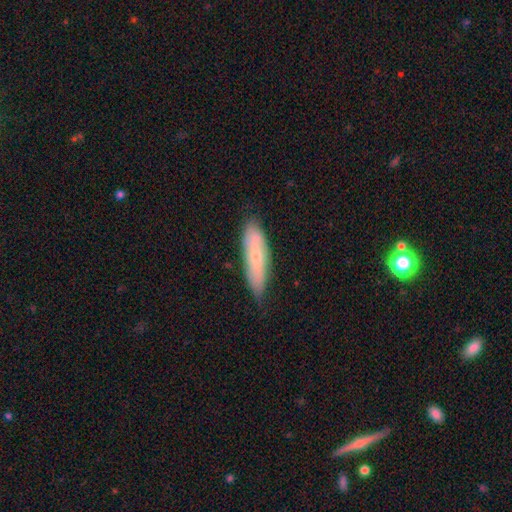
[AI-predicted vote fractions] Morphology: type=smooth (60%); roundness=cigar-shaped (64%); merging=none (78%).